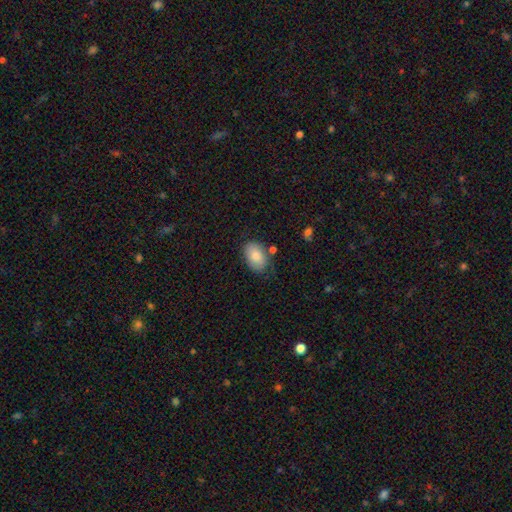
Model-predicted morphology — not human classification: Smooth or featured? Predicted: smooth (p=0.81). How rounded? Predicted: in between (p=0.88). Merging? Predicted: none (p=0.68).